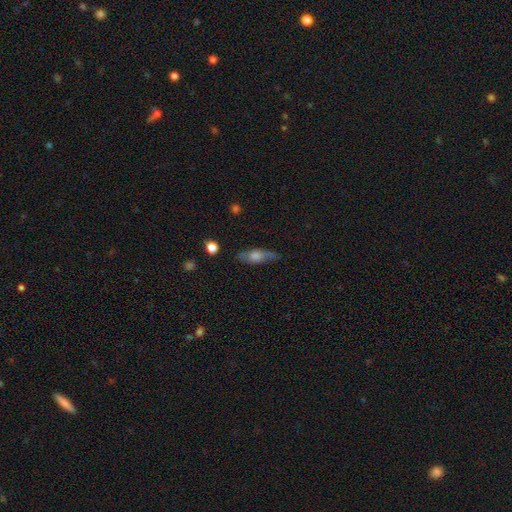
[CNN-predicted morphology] The model was most divided on "smooth or featured": featured or disk: 47%, smooth: 45%, star or artifact: 8%. More confident: merging — none (75%).